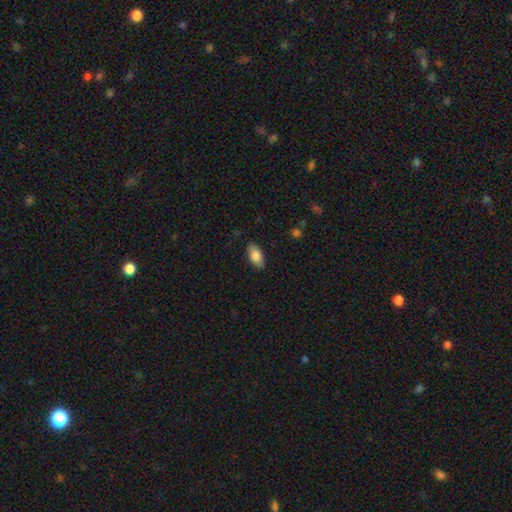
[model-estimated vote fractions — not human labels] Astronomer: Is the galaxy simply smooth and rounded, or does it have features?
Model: smooth — 81%.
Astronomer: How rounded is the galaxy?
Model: in between — 92%.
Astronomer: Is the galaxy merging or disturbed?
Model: none — 85%.